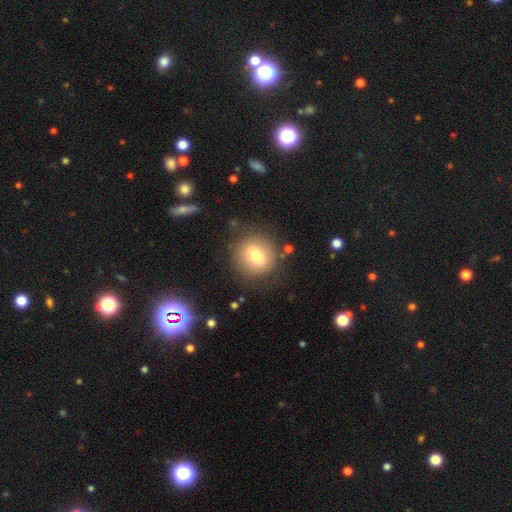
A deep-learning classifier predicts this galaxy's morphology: smooth_or_featured: smooth (p=0.72) [alt: featured or disk p=0.18]
how_rounded: round (p=0.88) [alt: in between p=0.11]
merging: none (p=0.83) [alt: minor disturbance p=0.10]